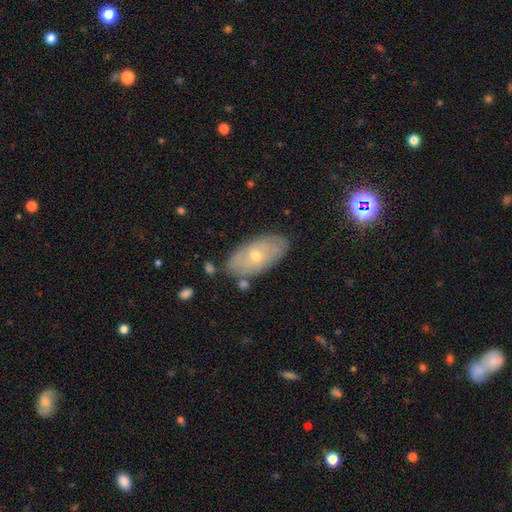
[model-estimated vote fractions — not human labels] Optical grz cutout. It shows a smooth galaxy with no disk features (46%, tied with featured or disk). Merging: none (79%).